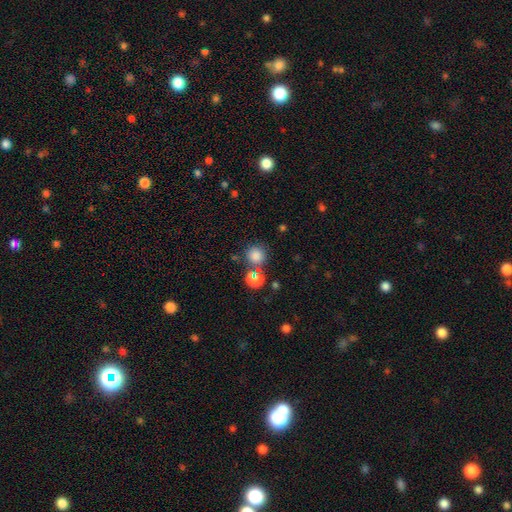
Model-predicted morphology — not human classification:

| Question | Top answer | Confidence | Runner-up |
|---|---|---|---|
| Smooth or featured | smooth | 79% | star or artifact (16%) |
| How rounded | round | 91% | in between (8%) |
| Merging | none | 73% | merger (15%) |